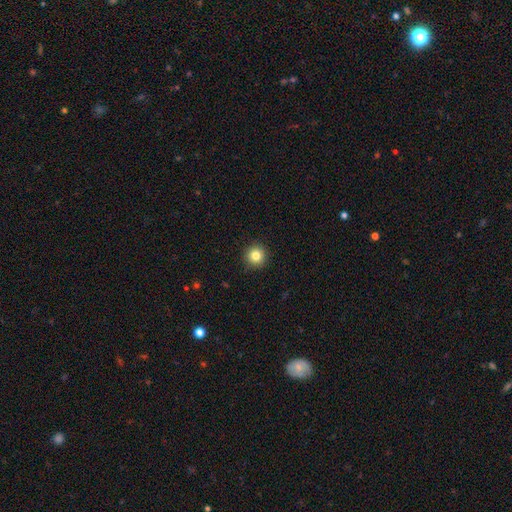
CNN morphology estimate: smooth_or_featured: smooth (p=0.82) [alt: star or artifact p=0.11]
how_rounded: round (p=0.96) [alt: in between p=0.03]
merging: none (p=0.93) [alt: minor disturbance p=0.05]